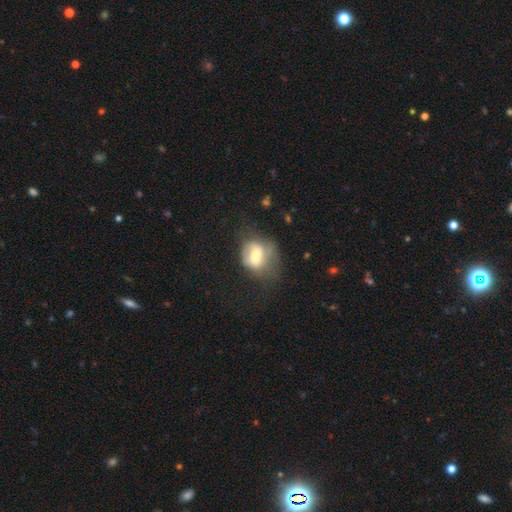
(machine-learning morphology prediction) Q: Smooth or featured?
A: smooth (57%); runner-up: featured or disk (35%)
Q: How rounded?
A: in between (56%); runner-up: round (43%)
Q: Merging?
A: none (36%); runner-up: minor disturbance (31%)